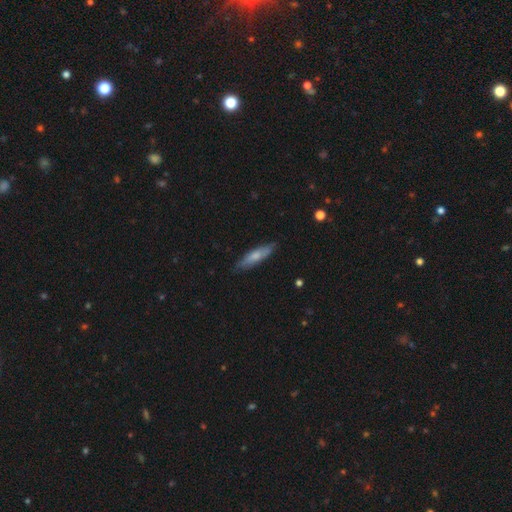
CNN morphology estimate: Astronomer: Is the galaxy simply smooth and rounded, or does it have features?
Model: smooth — 65%.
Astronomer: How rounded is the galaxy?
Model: cigar-shaped — 70%.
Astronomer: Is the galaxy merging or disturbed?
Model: none — 80%.